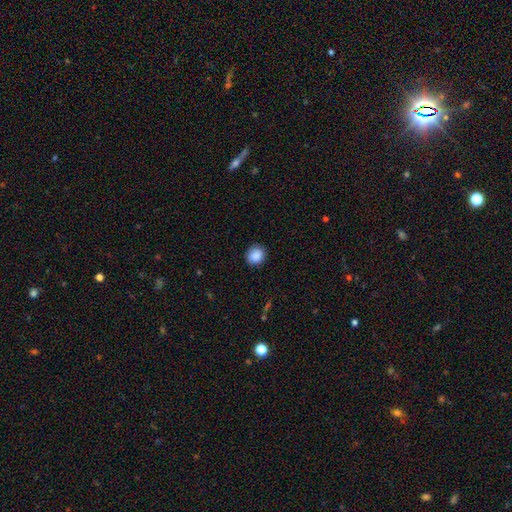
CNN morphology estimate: Q: Smooth or featured?
A: smooth (88%); runner-up: star or artifact (8%)
Q: How rounded?
A: round (80%); runner-up: in between (19%)
Q: Merging?
A: none (87%); runner-up: minor disturbance (10%)